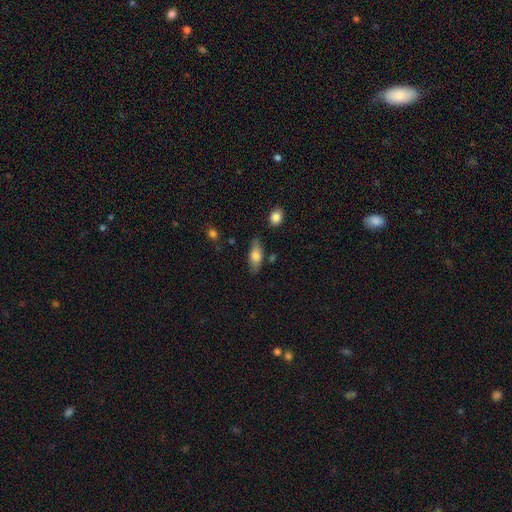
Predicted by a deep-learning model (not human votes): A smooth galaxy with no disk features (74%) that is in between round and cigar-shaped (78%). Merging: none (73%).